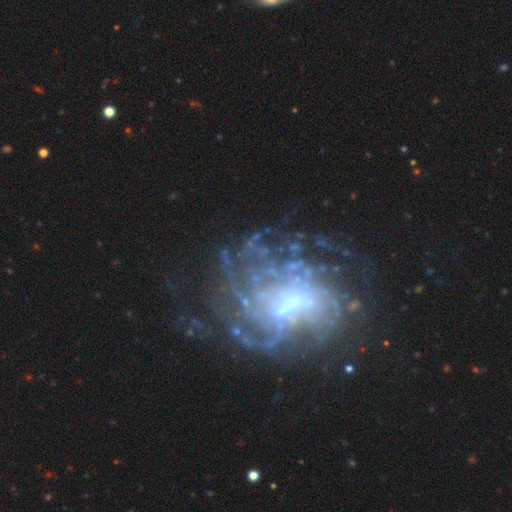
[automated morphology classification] Smooth or featured: featured or disk — 79% (star or artifact — 13%)
Edge-on disk: no — 97% (yes — 3%)
Bar: weak — 49% (no — 30%)
Spiral arms: yes — 84% (no — 16%)
Spiral winding: tight — 57% (medium — 29%)
Spiral arm count: can't tell — 47% (more than 4 — 20%)
Bulge size: moderate — 39% (small — 33%)
Merging: none — 61% (major disturbance — 20%)